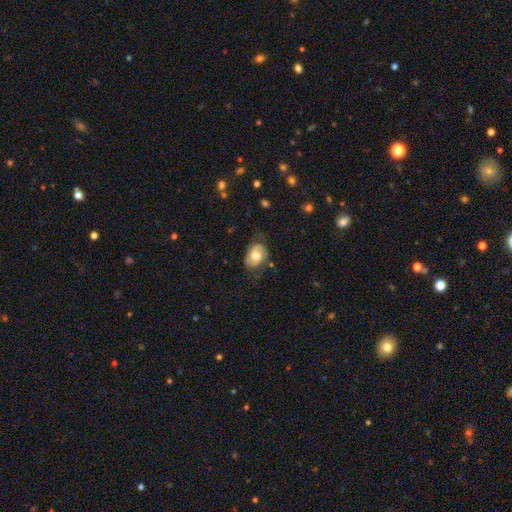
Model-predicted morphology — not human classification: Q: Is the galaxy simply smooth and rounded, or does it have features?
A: featured or disk — 55%.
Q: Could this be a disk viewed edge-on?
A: no — 96%.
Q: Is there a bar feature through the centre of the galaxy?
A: no — 60%.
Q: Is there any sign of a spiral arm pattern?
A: yes — 81%.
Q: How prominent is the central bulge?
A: moderate — 58%.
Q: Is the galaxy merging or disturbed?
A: none — 67%.